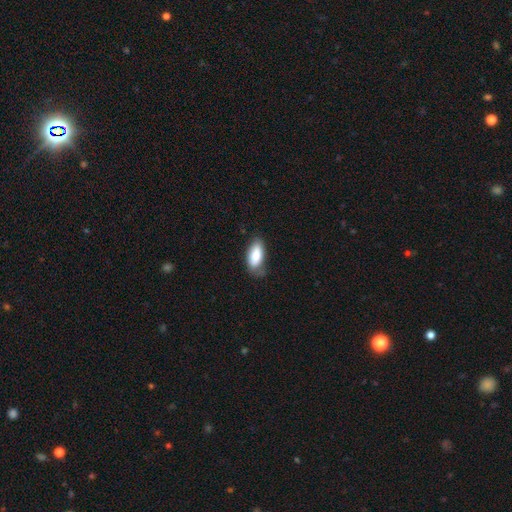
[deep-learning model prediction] This is clearly a smooth galaxy (81%). How rounded: clearly in between (89%). Merging: possibly none (59%).